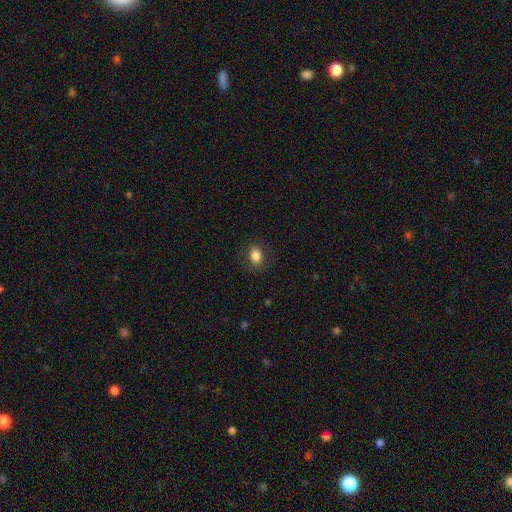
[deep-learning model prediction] Morphology: type=smooth (85%); roundness=in between (68%); merging=none (85%).